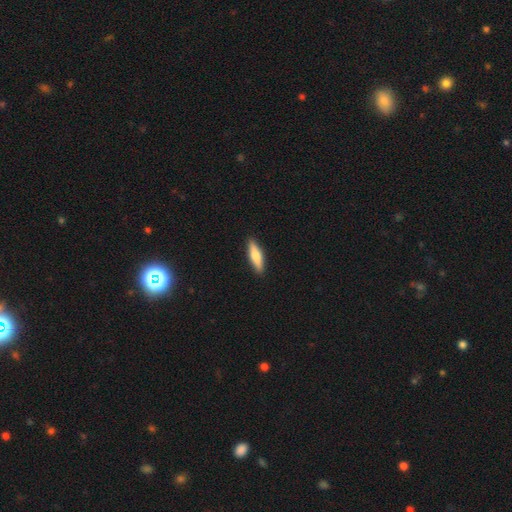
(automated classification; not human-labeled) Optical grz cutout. It shows a smooth galaxy with no disk features (63%) that is cigar-shaped (69%). Merging: none (91%).